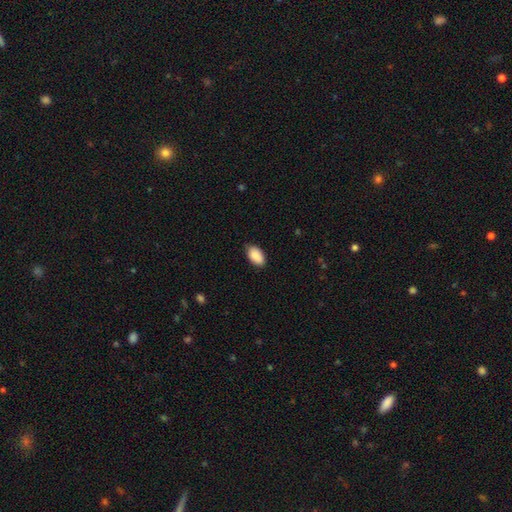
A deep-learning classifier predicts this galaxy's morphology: type=smooth (90%); roundness=in between (95%); merging=none (83%).